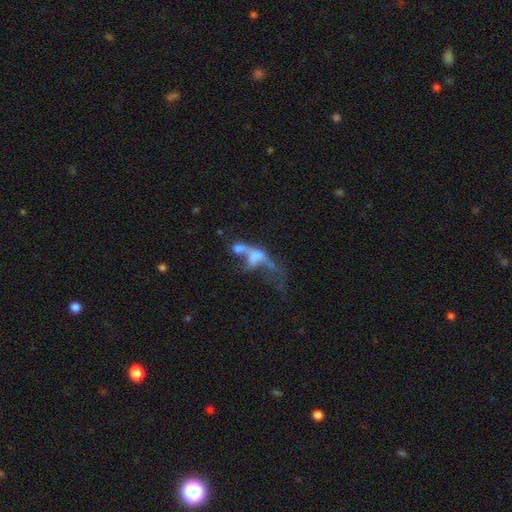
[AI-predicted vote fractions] Overall: featured or disk (53%; smooth 31%). Edge-on disk: no (85%). Merging: merger (52%; major disturbance 29%).